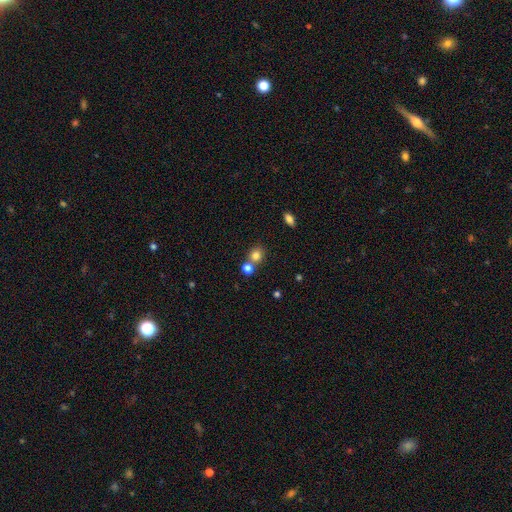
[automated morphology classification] Smooth or featured?
  - smooth: 80% *
  - star or artifact: 13%
  - featured or disk: 7%
How rounded?
  - round: 81% *
  - in between: 18%
  - cigar-shaped: 1%
Merging?
  - none: 60% *
  - merger: 30%
  - minor disturbance: 8%
  - major disturbance: 3%